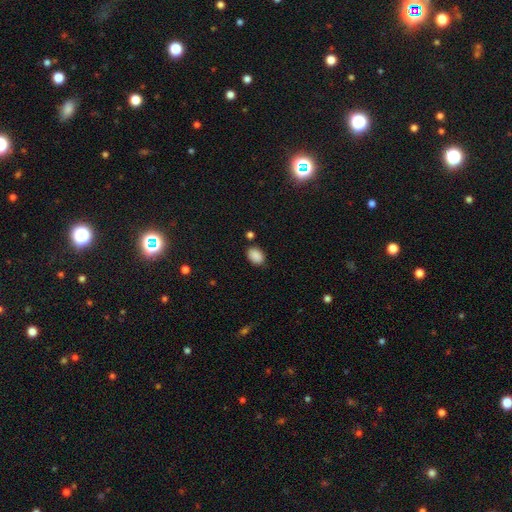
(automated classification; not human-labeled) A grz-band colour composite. It shows a smooth galaxy with no disk features (88%) that is in between round and cigar-shaped (80%). Merging: none (81%).